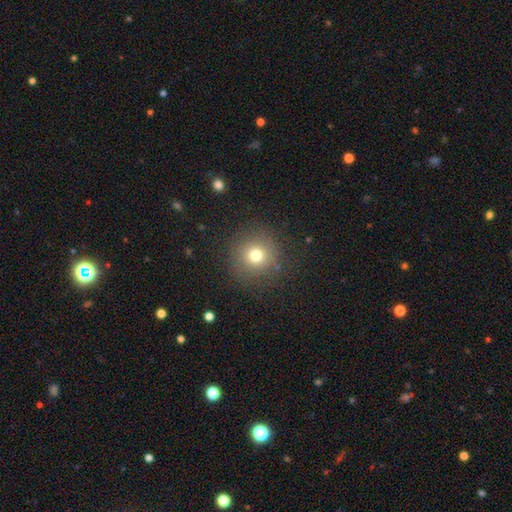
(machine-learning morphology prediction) smooth 72%, star or artifact 18%, featured or disk 10%. Down the decision tree: how rounded — round (95%); merging — none (88%).